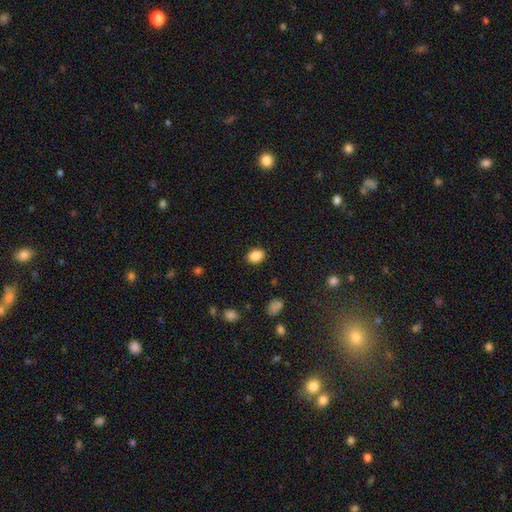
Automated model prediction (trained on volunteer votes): Smooth or featured? smooth (87%)
How rounded? in between (62%)
Merging? none (87%)